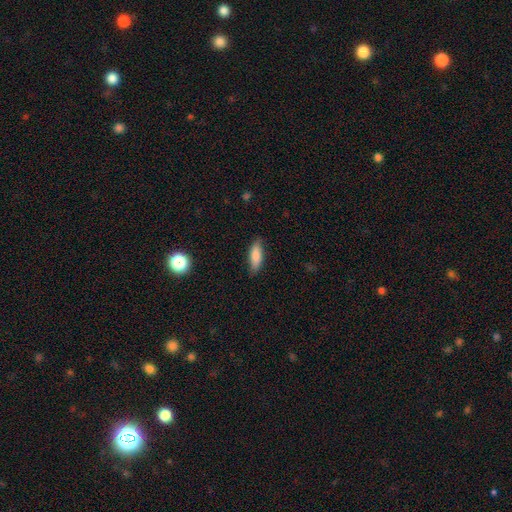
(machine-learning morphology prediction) The model was most divided on "how rounded": in between: 57%, cigar-shaped: 41%, round: 2%. More confident: smooth or featured — smooth (83%); merging — none (81%).